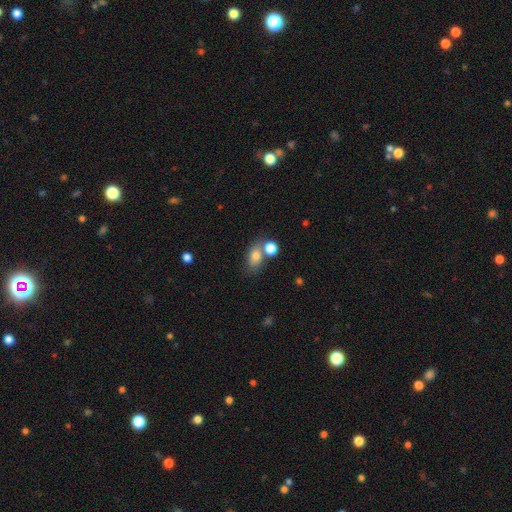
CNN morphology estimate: smooth_or_featured: smooth (p=0.77) [alt: featured or disk p=0.12]
how_rounded: in between (p=0.74) [alt: round p=0.24]
merging: none (p=0.53) [alt: merger p=0.29]